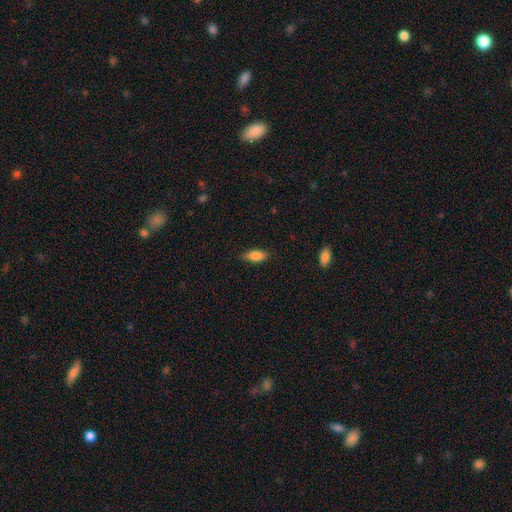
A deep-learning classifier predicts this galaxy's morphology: A smooth galaxy with no disk features (83%) that is in between round and cigar-shaped (80%). Merging: none (83%).